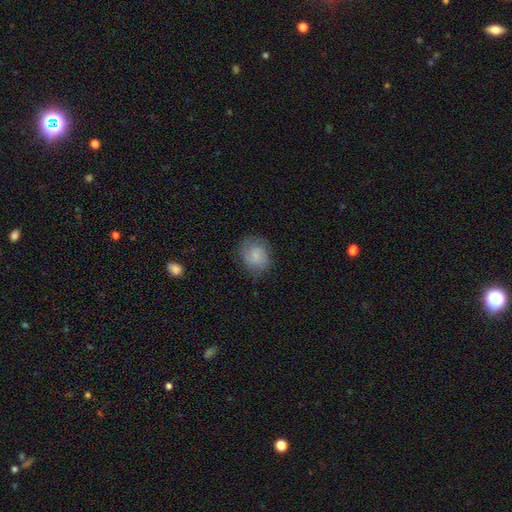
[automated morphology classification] Smooth or featured? smooth (54%)
How rounded? round (65%)
Merging? none (70%)